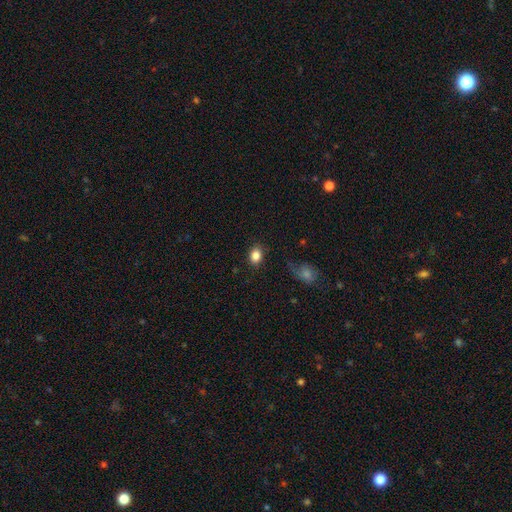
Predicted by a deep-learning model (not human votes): Smooth or featured: smooth — 85% (star or artifact — 9%)
How rounded: in between — 63% (round — 36%)
Merging: none — 83% (minor disturbance — 11%)